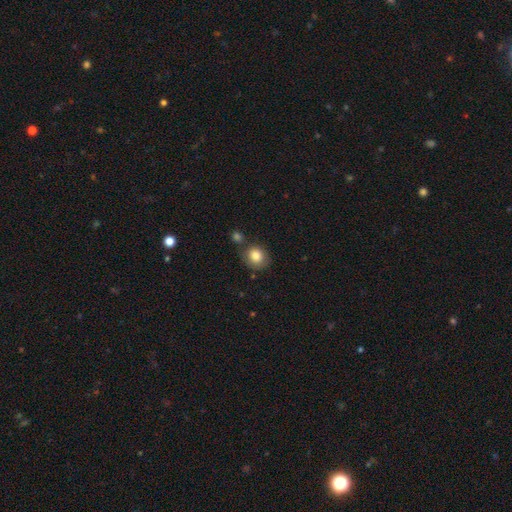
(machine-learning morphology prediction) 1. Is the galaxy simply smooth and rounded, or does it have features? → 83% smooth, 9% star or artifact, 8% featured or disk.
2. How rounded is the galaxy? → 73% round, 26% in between, 1% cigar-shaped.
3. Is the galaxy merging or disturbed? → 69% none, 15% minor disturbance, 12% merger, 4% major disturbance.